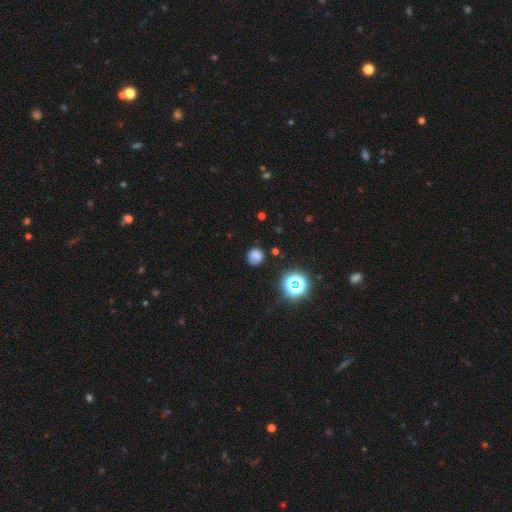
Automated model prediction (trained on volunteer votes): Overall: smooth (73%). How rounded: round (84%). Merging: none (77%).